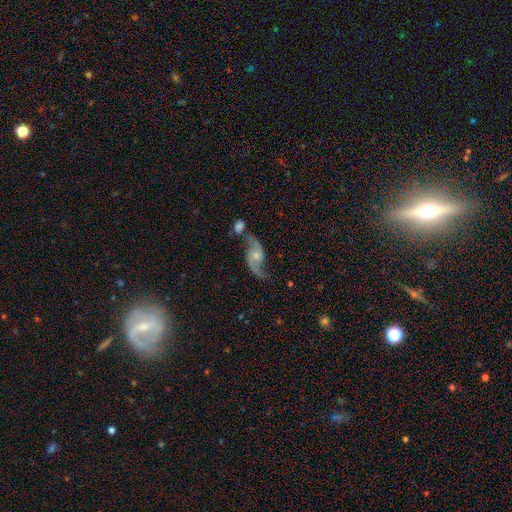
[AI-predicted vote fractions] A featured or disk galaxy (86%) with no bar (56%), 2 (92%) loose (71%) spiral arms (96%) and a moderate central bulge (46%). Merging: none (52%).